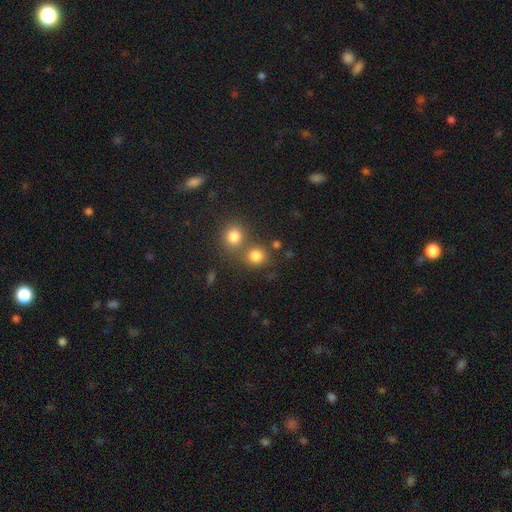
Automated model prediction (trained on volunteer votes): Smooth or featured?
  - smooth: 81% *
  - star or artifact: 13%
  - featured or disk: 6%
How rounded?
  - round: 83% *
  - in between: 16%
  - cigar-shaped: 1%
Merging?
  - none: 58% *
  - merger: 32%
  - minor disturbance: 7%
  - major disturbance: 3%